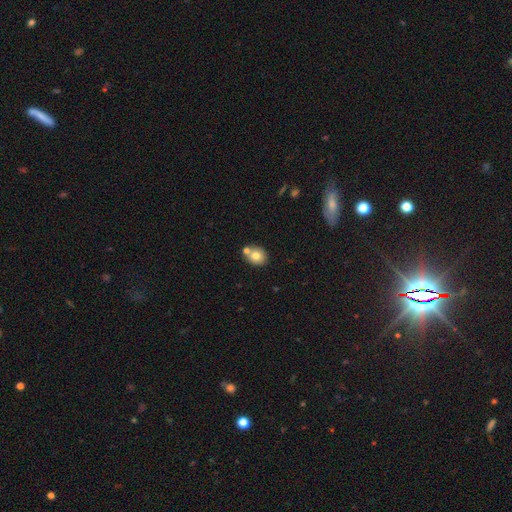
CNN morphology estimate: A smooth galaxy with no disk features (75%) that is round (61%). Merging: none (59%).